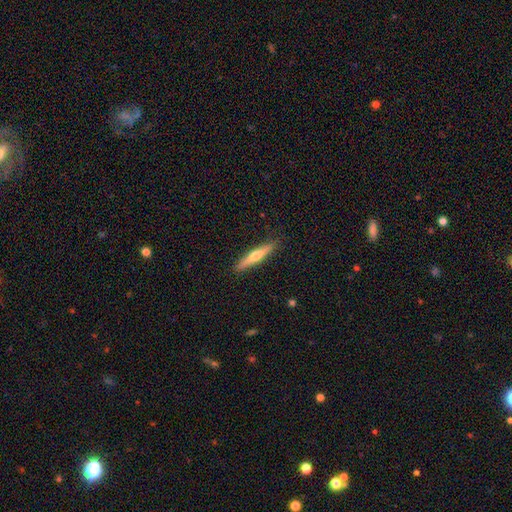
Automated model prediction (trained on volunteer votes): The model was most divided on "smooth or featured": featured or disk: 52%, smooth: 42%, star or artifact: 5%. More confident: edge-on disk — yes (96%); merging — none (90%); edge-on bulge — rounded (88%).